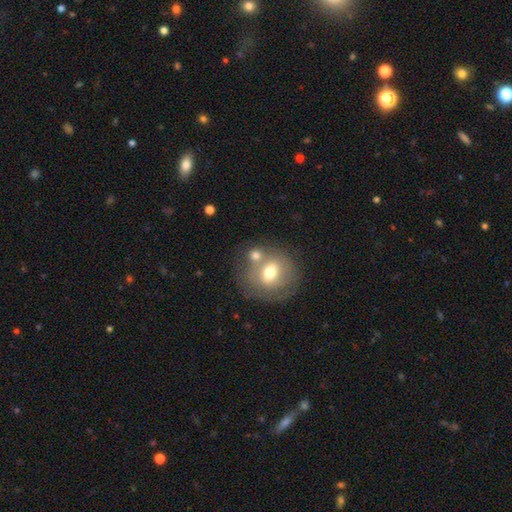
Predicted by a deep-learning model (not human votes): smooth 62%, featured or disk 29%, star or artifact 10%. Down the decision tree: how rounded — round (77%); merging — none (50%).